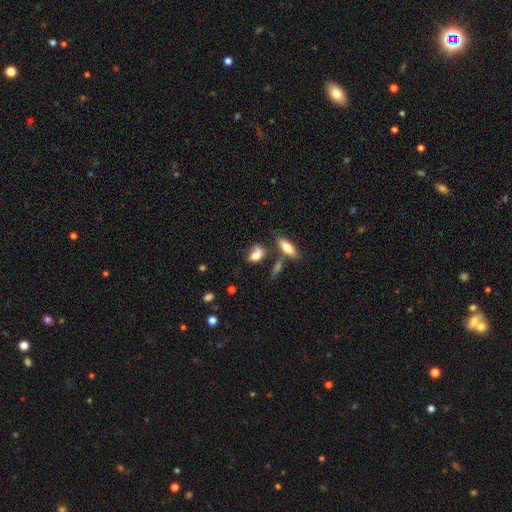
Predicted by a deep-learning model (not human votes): Smooth or featured? Predicted: smooth (p=0.71). How rounded? Predicted: in between (p=0.75). Merging? Predicted: none (p=0.40).